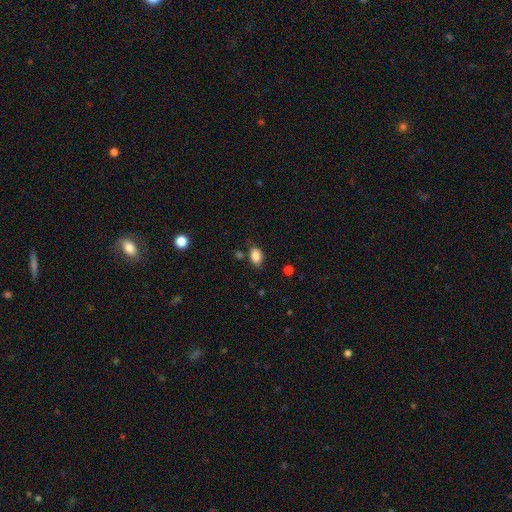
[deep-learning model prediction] A smooth galaxy with no disk features (87%) that is in between round and cigar-shaped (85%).

Vote fractions:
- Smooth or featured? smooth: 87% / star or artifact: 9% / featured or disk: 4%
- How rounded? in between: 85% / round: 13% / cigar-shaped: 1%
- Merging? none: 77% / minor disturbance: 15% / major disturbance: 4% / merger: 4%